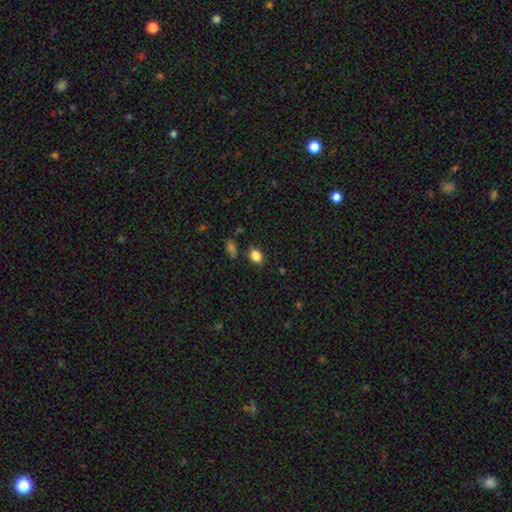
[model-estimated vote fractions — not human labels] Q: Smooth or featured?
A: smooth (85%); runner-up: star or artifact (10%)
Q: How rounded?
A: in between (77%); runner-up: round (22%)
Q: Merging?
A: none (81%); runner-up: minor disturbance (12%)